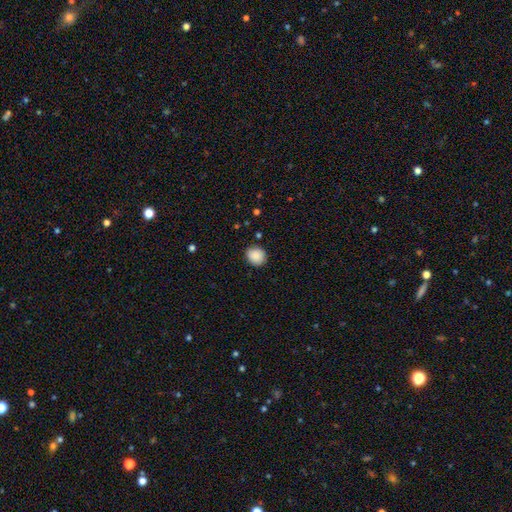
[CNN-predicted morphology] This is clearly a smooth galaxy (89%). How rounded: likely round (77%). Merging: clearly none (87%).